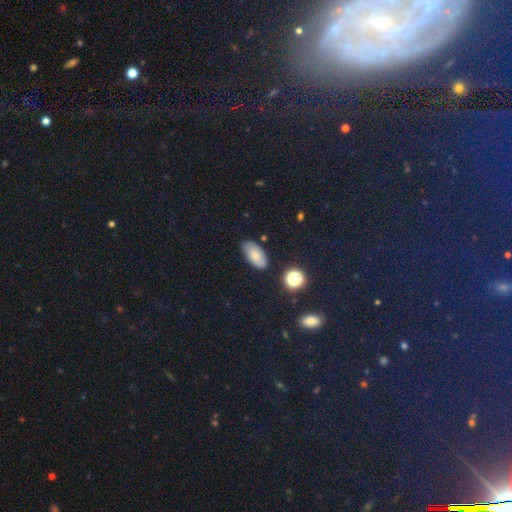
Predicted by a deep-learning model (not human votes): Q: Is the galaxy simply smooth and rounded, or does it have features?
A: smooth — 66%.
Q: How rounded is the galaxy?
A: in between — 92%.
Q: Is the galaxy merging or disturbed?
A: none — 78%.